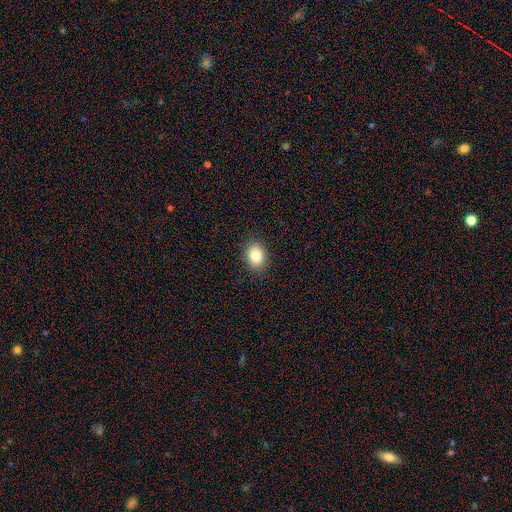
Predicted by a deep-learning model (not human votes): Smooth or featured? smooth (83%)
How rounded? in between (64%)
Merging? none (89%)